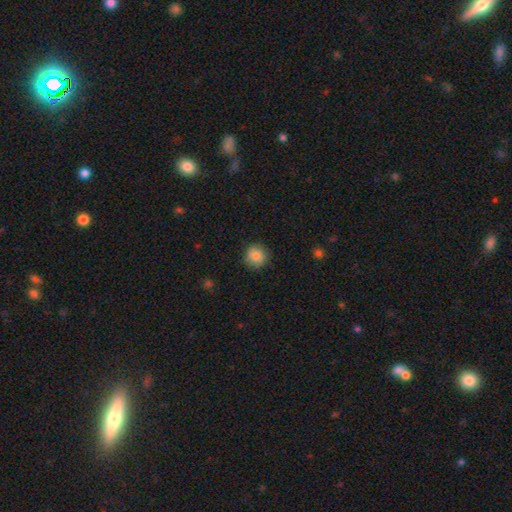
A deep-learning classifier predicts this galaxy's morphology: type=smooth (83%); roundness=round (92%); merging=none (87%).